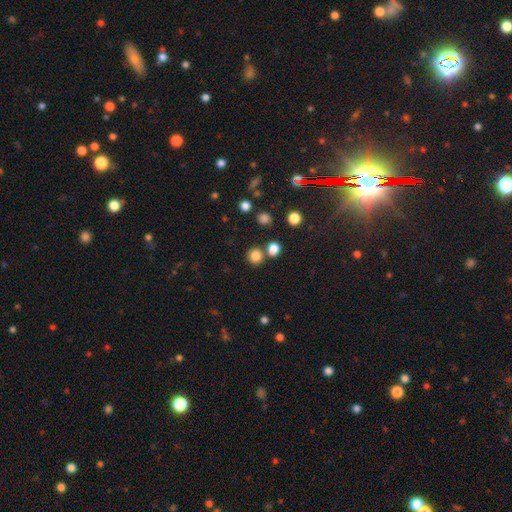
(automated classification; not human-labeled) This appears to be a smooth galaxy with no disk features (82%) that is round (90%). Merging: none (76%).